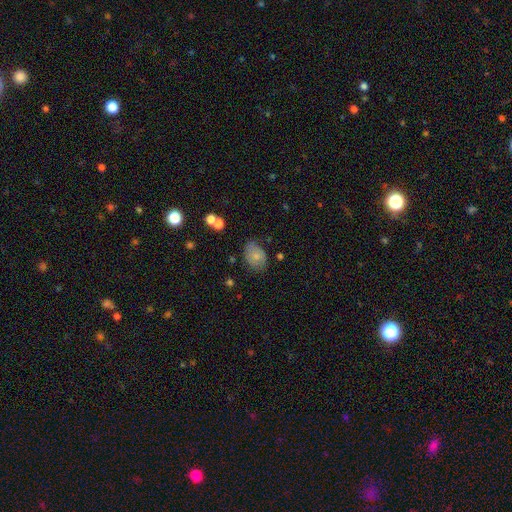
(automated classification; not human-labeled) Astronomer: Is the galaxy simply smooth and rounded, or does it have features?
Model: smooth — 69%.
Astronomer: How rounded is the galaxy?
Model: in between — 71%.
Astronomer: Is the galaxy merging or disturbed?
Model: none — 60%.